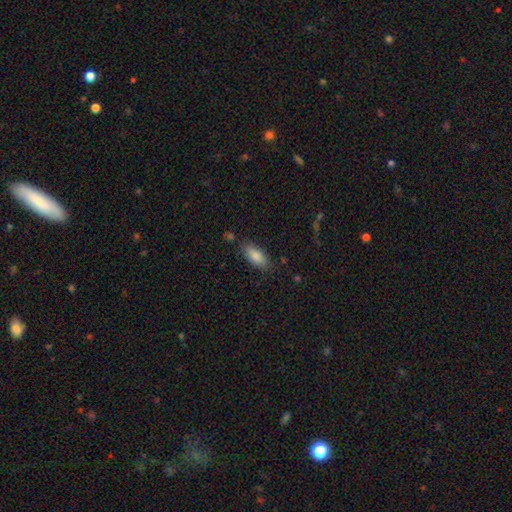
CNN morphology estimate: Smooth or featured?
  - smooth: 85% *
  - featured or disk: 8%
  - star or artifact: 7%
How rounded?
  - in between: 84% *
  - cigar-shaped: 14%
  - round: 2%
Merging?
  - none: 80% *
  - minor disturbance: 14%
  - major disturbance: 4%
  - merger: 2%